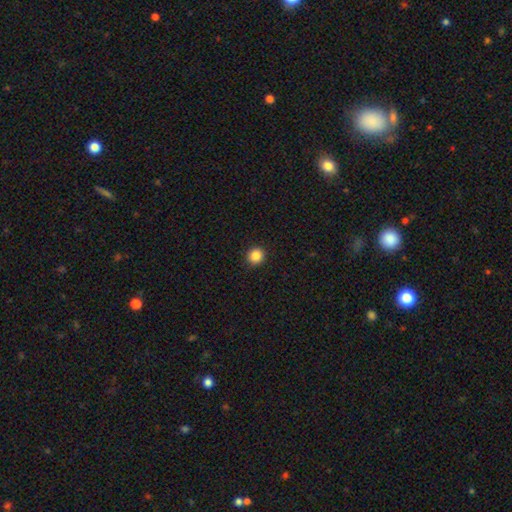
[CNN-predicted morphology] Q: Smooth or featured?
A: smooth (86%); runner-up: star or artifact (11%)
Q: How rounded?
A: round (92%); runner-up: in between (7%)
Q: Merging?
A: none (92%); runner-up: minor disturbance (5%)